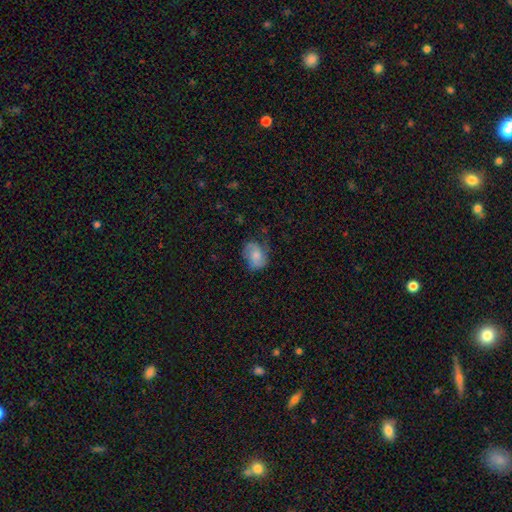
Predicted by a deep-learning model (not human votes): This appears to be a smooth galaxy with no disk features (54%) that is in between round and cigar-shaped (66%). Merging: none (60%).